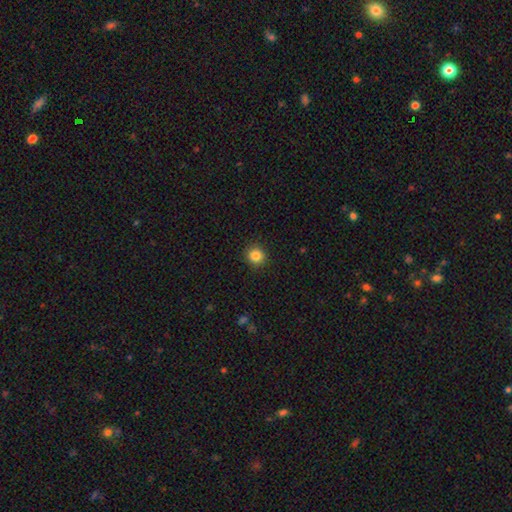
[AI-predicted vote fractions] Smooth or featured? Predicted: smooth (p=0.85). How rounded? Predicted: round (p=0.91). Merging? Predicted: none (p=0.91).